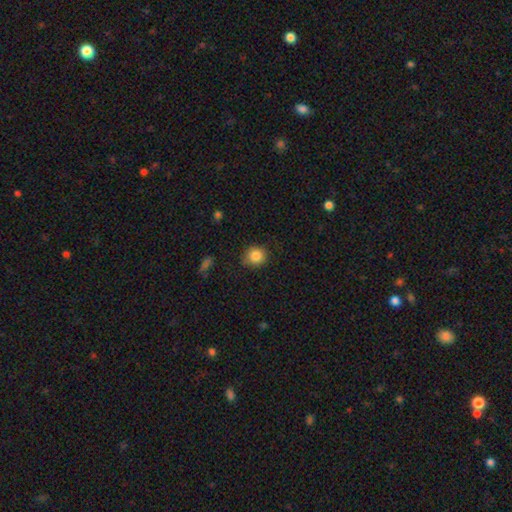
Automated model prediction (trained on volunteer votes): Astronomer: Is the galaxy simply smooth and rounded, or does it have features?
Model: smooth — 85%.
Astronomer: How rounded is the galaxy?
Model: round — 84%.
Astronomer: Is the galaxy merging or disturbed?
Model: none — 80%.